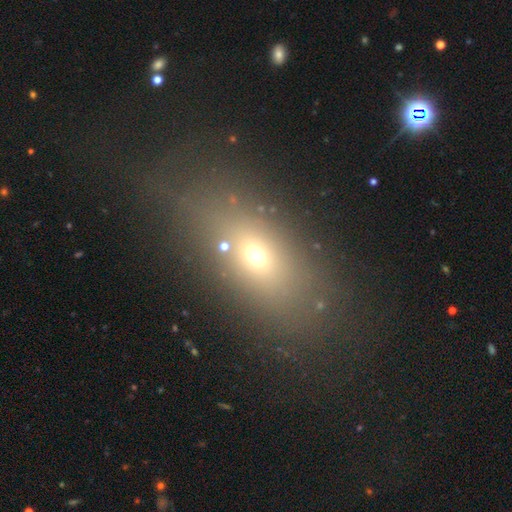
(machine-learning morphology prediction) smooth-or-featured: smooth: 60% | star or artifact: 21% | featured or disk: 19%
  how-rounded: in between: 70% | round: 16% | cigar-shaped: 14%
  merging: none: 73% | minor disturbance: 13% | major disturbance: 10% | merger: 4%